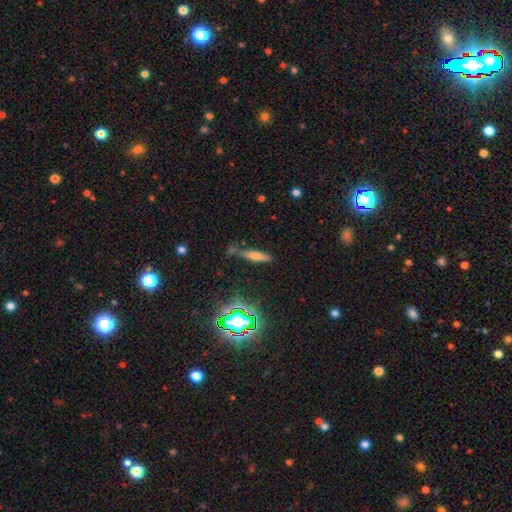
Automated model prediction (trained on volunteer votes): Q: Smooth or featured?
A: smooth (57%); runner-up: featured or disk (25%)
Q: How rounded?
A: cigar-shaped (73%); runner-up: in between (24%)
Q: Merging?
A: none (65%); runner-up: minor disturbance (20%)